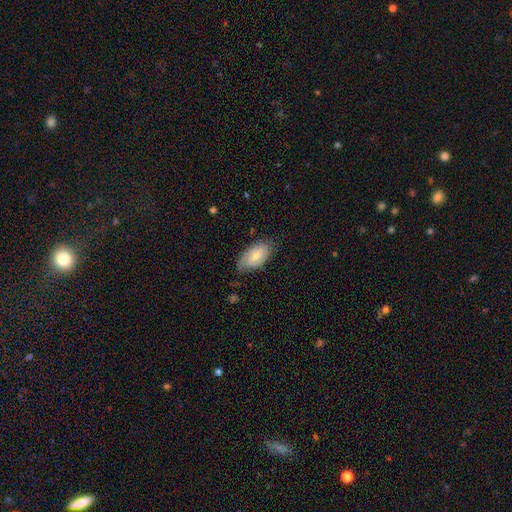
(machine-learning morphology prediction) This appears to be a smooth galaxy with no disk features (52%) that is in between round and cigar-shaped (93%). Merging: none (68%).